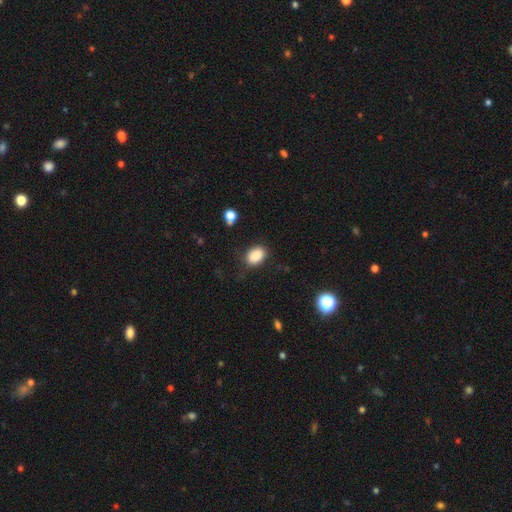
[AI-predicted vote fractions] The model was most divided on "merging": none: 73%, minor disturbance: 19%, major disturbance: 6%, merger: 2%. More confident: smooth or featured — smooth (87%); how rounded — in between (80%).